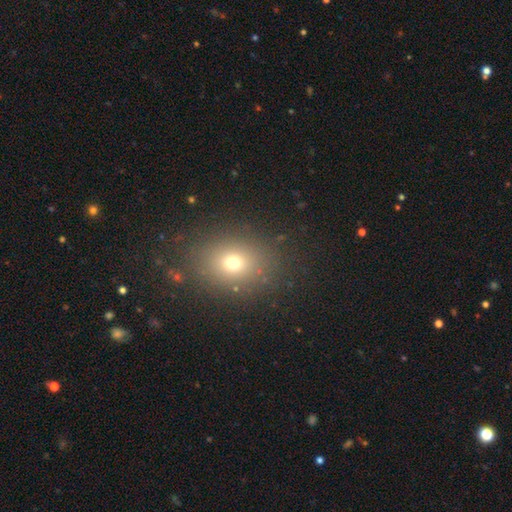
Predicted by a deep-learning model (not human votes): smooth_or_featured: smooth (p=0.64) [alt: star or artifact p=0.26]
how_rounded: in between (p=0.52) [alt: round p=0.47]
merging: none (p=0.87) [alt: minor disturbance p=0.09]